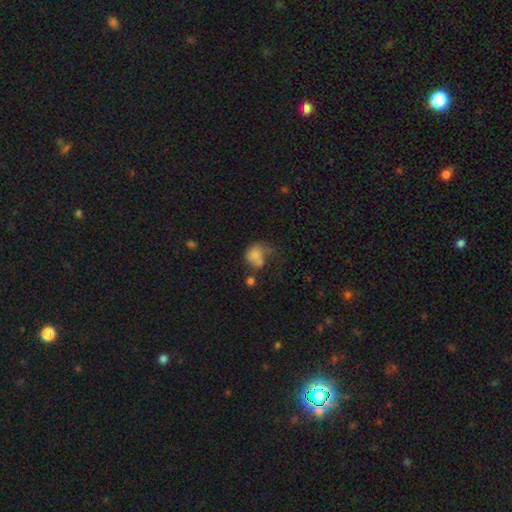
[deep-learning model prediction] Smooth or featured: smooth — 66% (featured or disk — 24%)
How rounded: round — 56% (in between — 43%)
Merging: major disturbance — 30% (none — 26%)